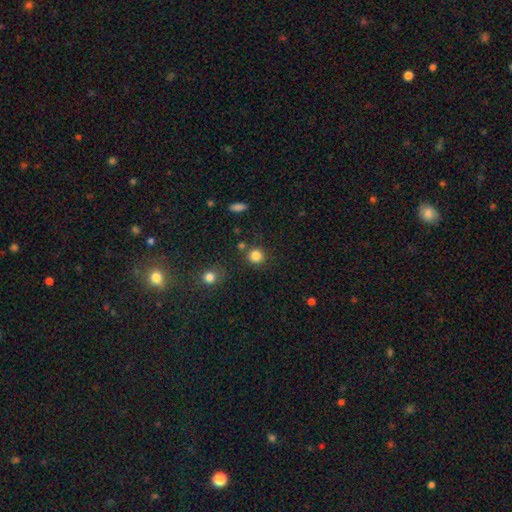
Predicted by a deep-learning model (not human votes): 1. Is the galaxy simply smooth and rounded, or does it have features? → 84% smooth, 12% star or artifact, 4% featured or disk.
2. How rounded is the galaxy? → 91% round, 8% in between, 1% cigar-shaped.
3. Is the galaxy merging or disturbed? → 80% none, 9% minor disturbance, 7% merger, 4% major disturbance.